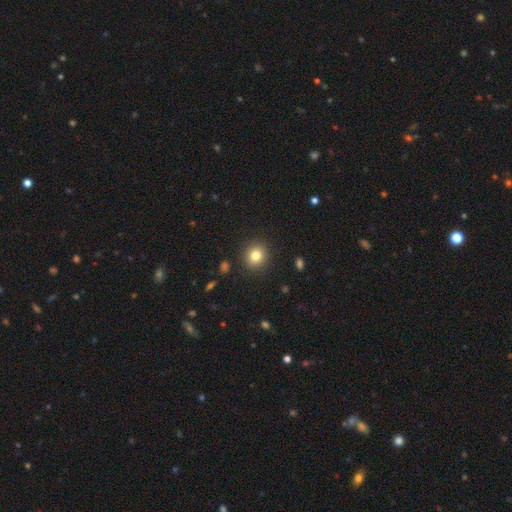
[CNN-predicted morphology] The model was most divided on "smooth or featured": smooth: 81%, star or artifact: 12%, featured or disk: 8%. More confident: merging — none (90%); how rounded — round (86%).